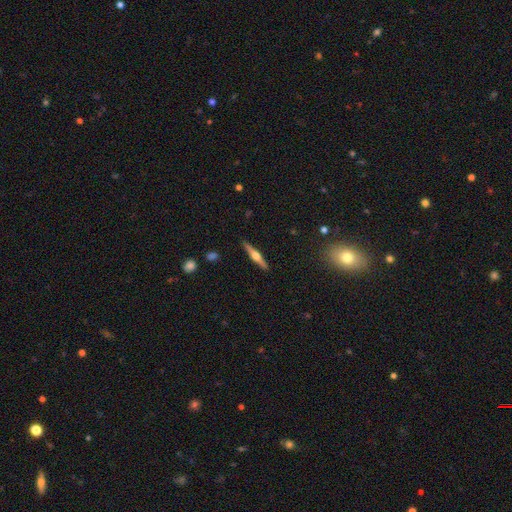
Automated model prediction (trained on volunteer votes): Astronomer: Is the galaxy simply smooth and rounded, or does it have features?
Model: featured or disk — 74%.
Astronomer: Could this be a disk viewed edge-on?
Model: yes — 98%.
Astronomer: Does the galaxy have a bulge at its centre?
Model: rounded — 94%.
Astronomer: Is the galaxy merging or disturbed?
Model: none — 91%.